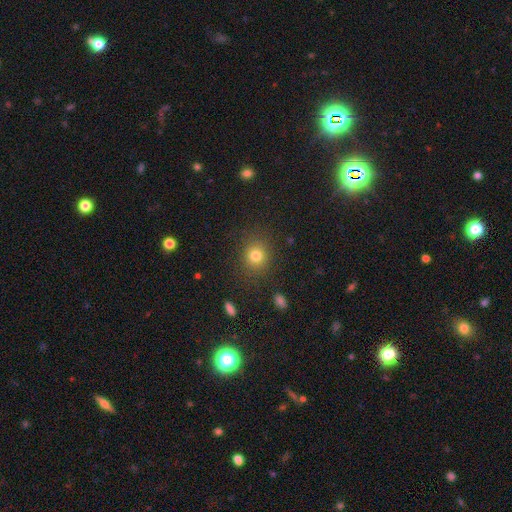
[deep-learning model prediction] A smooth galaxy with no disk features (79%) that is round (77%). Merging: none (85%).